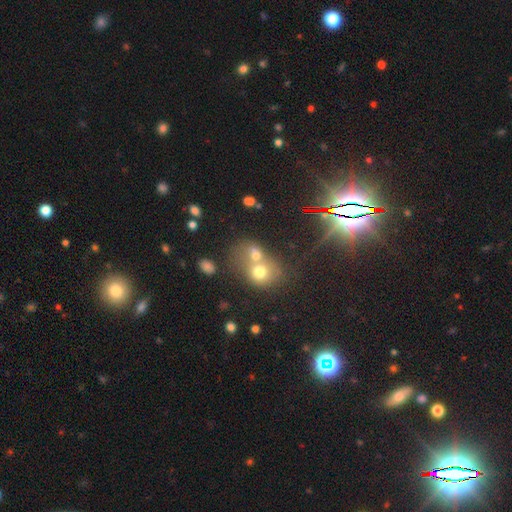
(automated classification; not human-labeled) A smooth galaxy with no disk features (63%) that is round (60%).

Vote fractions:
- Smooth or featured? smooth: 63% / featured or disk: 21% / star or artifact: 16%
- How rounded? round: 60% / in between: 39% / cigar-shaped: 1%
- Merging? merger: 69% / none: 19% / minor disturbance: 6% / major disturbance: 6%